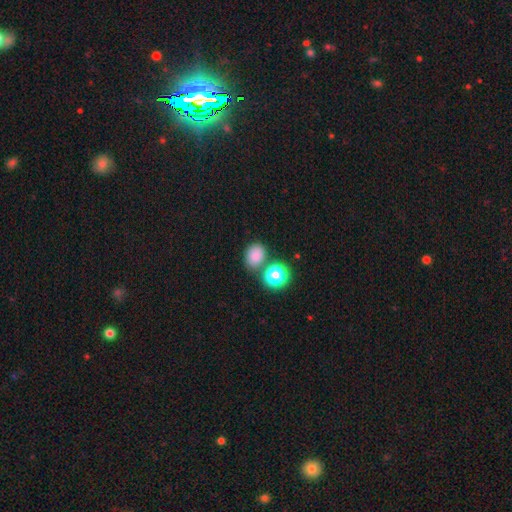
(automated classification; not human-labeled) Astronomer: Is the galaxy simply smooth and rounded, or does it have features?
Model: smooth — 80%.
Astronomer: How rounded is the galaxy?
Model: round — 52% (runner-up: in between, 47%).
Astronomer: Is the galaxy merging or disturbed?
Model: none — 69%.